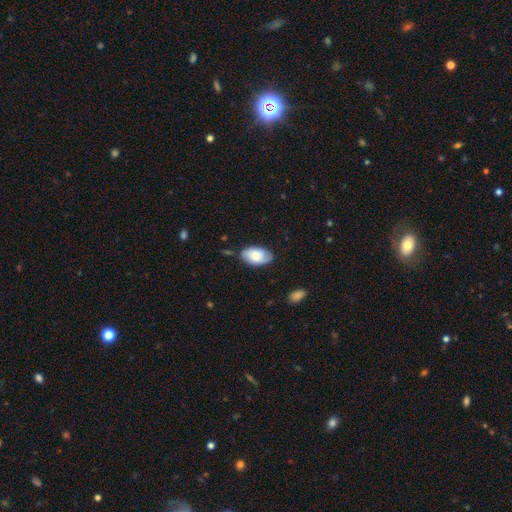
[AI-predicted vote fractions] smooth-or-featured: smooth: 68% | featured or disk: 25% | star or artifact: 7%
  how-rounded: in between: 94% | round: 5% | cigar-shaped: 2%
  merging: none: 72% | minor disturbance: 21% | major disturbance: 4% | merger: 2%